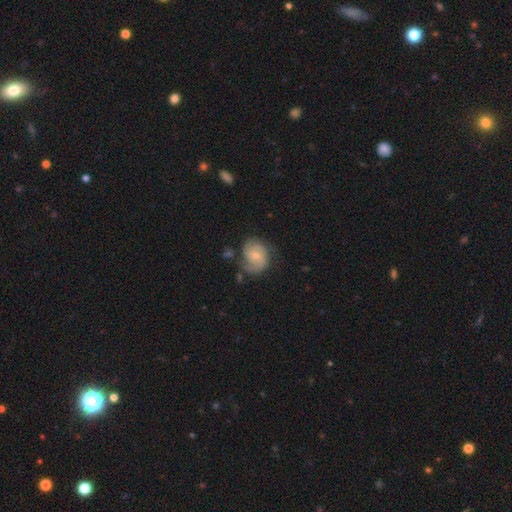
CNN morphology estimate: A featured or disk galaxy (73%) with no bar (52%), 2 (64%) tight (45%) spiral arms (93%) and a small central bulge (52%). Merging: none (63%).